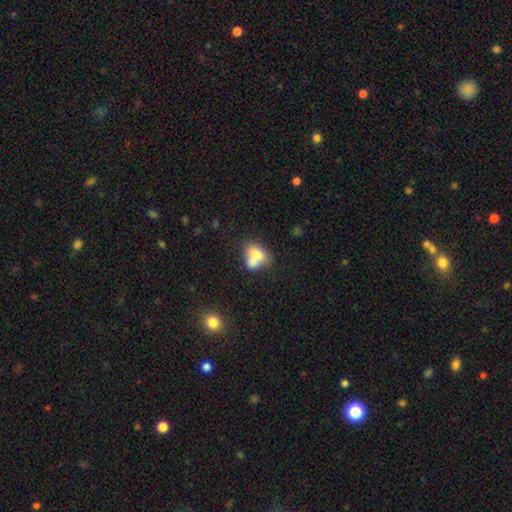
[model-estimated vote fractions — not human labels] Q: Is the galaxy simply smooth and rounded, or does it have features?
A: smooth — 70%.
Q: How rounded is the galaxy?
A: in between — 72%.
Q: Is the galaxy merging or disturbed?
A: merger — 60%.